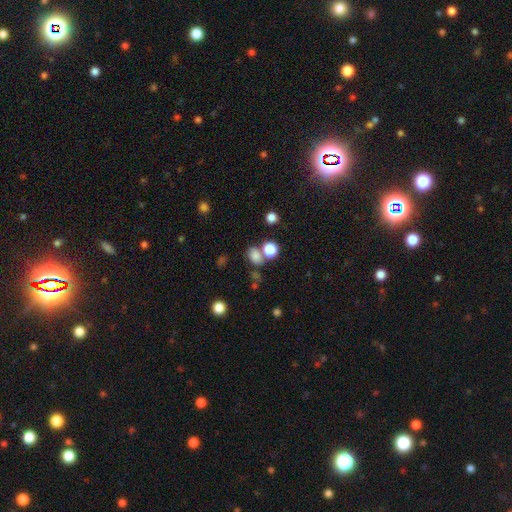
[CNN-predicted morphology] Q: Smooth or featured?
A: smooth (77%); runner-up: star or artifact (16%)
Q: How rounded?
A: in between (54%); runner-up: round (44%)
Q: Merging?
A: none (53%); runner-up: merger (30%)